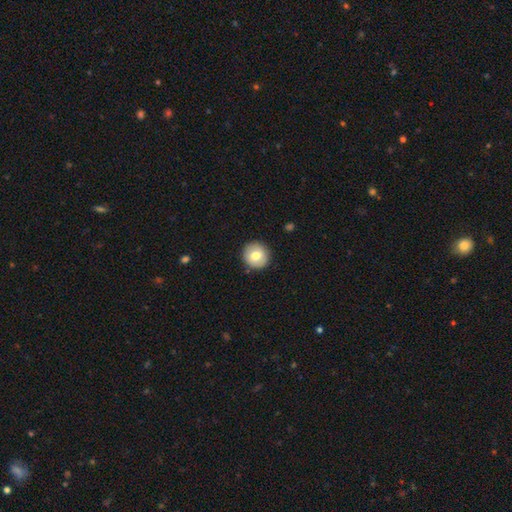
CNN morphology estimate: The model was most divided on "smooth or featured": smooth: 77%, featured or disk: 16%, star or artifact: 7%. More confident: how rounded — round (93%); merging — none (90%).